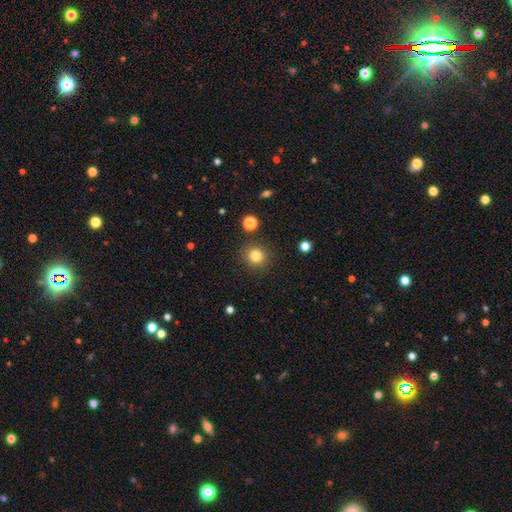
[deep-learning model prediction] Overall: smooth (82%). How rounded: round (89%). Merging: none (88%).